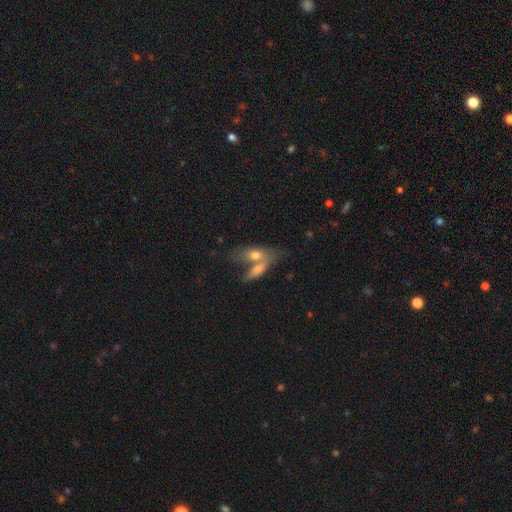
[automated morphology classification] Smooth or featured?
  - smooth: 65% *
  - featured or disk: 28%
  - star or artifact: 7%
How rounded?
  - in between: 69% *
  - cigar-shaped: 25%
  - round: 6%
Merging?
  - merger: 56% *
  - none: 29%
  - minor disturbance: 10%
  - major disturbance: 5%